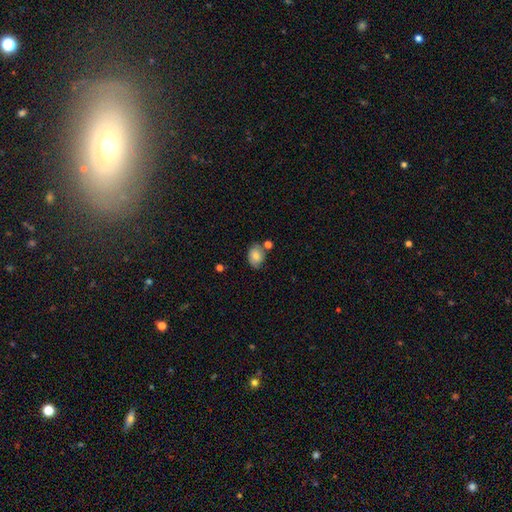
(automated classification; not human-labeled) Smooth or featured?
  - smooth: 76% *
  - featured or disk: 15%
  - star or artifact: 9%
How rounded?
  - in between: 73% *
  - round: 26%
  - cigar-shaped: 1%
Merging?
  - none: 63% *
  - minor disturbance: 21%
  - merger: 11%
  - major disturbance: 5%